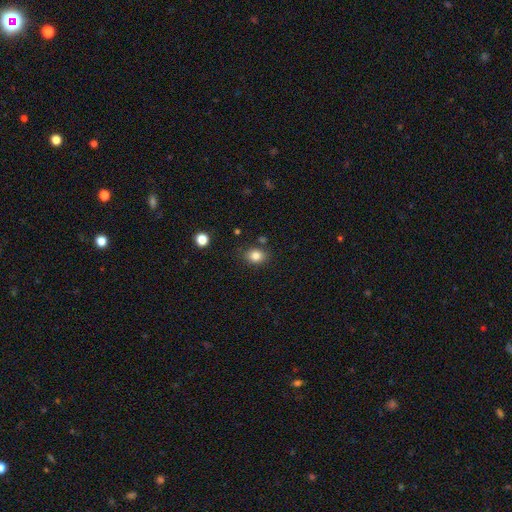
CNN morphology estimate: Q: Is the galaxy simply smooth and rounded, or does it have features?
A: smooth — 83%.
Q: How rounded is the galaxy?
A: in between — 52%.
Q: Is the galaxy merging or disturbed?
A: none — 80%.